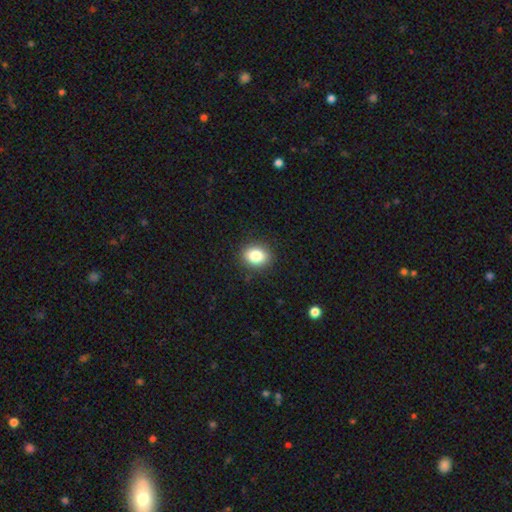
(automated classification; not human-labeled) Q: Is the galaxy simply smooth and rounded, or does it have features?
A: smooth — 83%.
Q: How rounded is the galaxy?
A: in between — 55%.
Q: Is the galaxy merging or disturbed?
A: none — 89%.